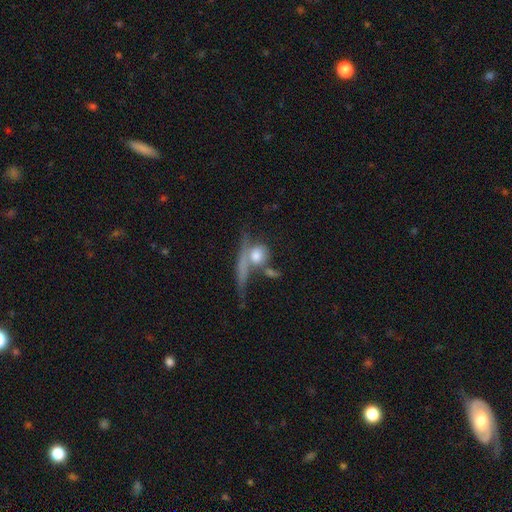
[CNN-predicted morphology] A smooth galaxy with no disk features (63%) that is round (63%). Merging: none (36%).